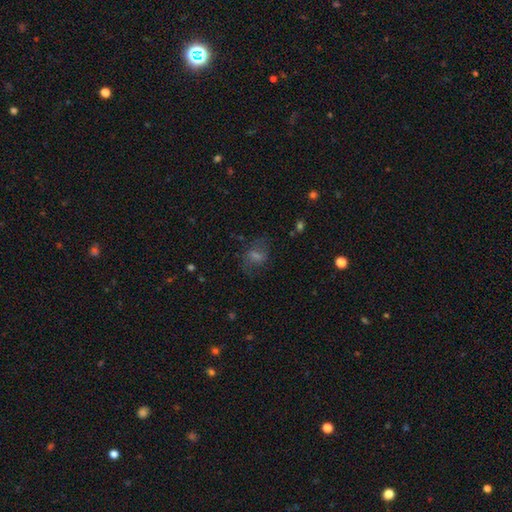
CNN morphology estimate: Smooth or featured?
  - smooth: 40% *
  - featured or disk: 34%
  - star or artifact: 26%
Merging?
  - none: 65% *
  - minor disturbance: 18%
  - major disturbance: 15%
  - merger: 2%